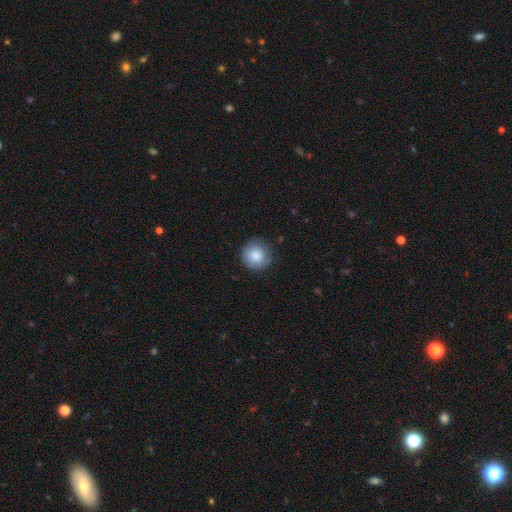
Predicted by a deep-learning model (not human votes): Q: Smooth or featured?
A: smooth (85%); runner-up: featured or disk (8%)
Q: How rounded?
A: round (94%); runner-up: in between (5%)
Q: Merging?
A: none (84%); runner-up: minor disturbance (12%)